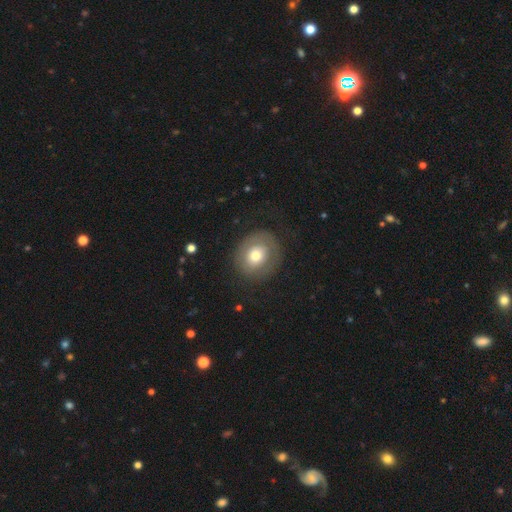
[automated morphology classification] smooth_or_featured: smooth (p=0.58) [alt: featured or disk p=0.34]
how_rounded: round (p=0.78) [alt: in between p=0.21]
merging: none (p=0.74) [alt: minor disturbance p=0.14]